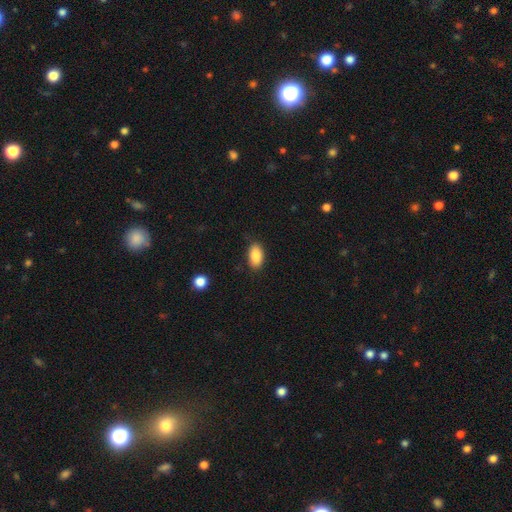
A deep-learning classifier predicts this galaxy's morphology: Q: Smooth or featured?
A: smooth (88%); runner-up: star or artifact (7%)
Q: How rounded?
A: in between (93%); runner-up: round (5%)
Q: Merging?
A: none (81%); runner-up: minor disturbance (15%)